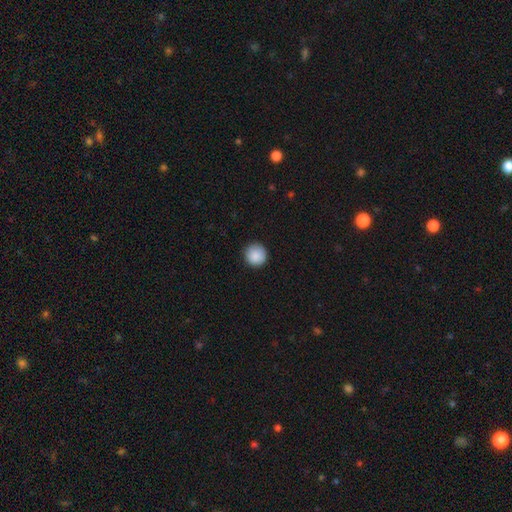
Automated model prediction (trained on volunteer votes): smooth_or_featured: smooth (p=0.89) [alt: star or artifact p=0.08]
how_rounded: round (p=0.95) [alt: in between p=0.04]
merging: none (p=0.91) [alt: minor disturbance p=0.07]